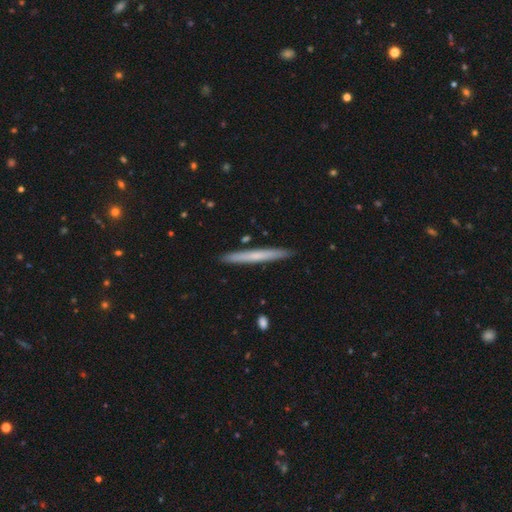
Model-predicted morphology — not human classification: This appears to be a smooth galaxy with no disk features (57%) that is cigar-shaped (97%). Merging: none (91%).